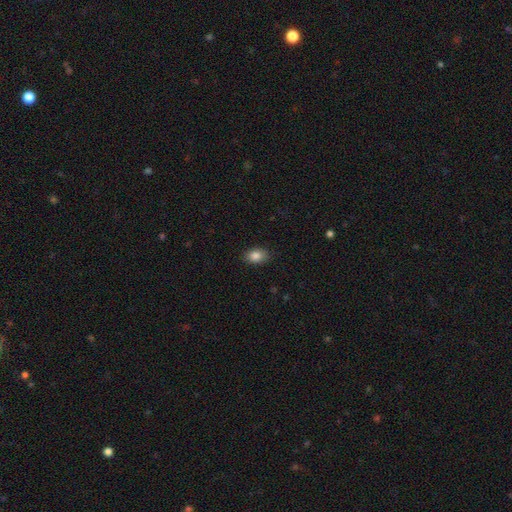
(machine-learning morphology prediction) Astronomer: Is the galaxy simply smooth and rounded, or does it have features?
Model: smooth — 85%.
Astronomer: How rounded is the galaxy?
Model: in between — 81%.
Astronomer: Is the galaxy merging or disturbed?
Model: none — 88%.